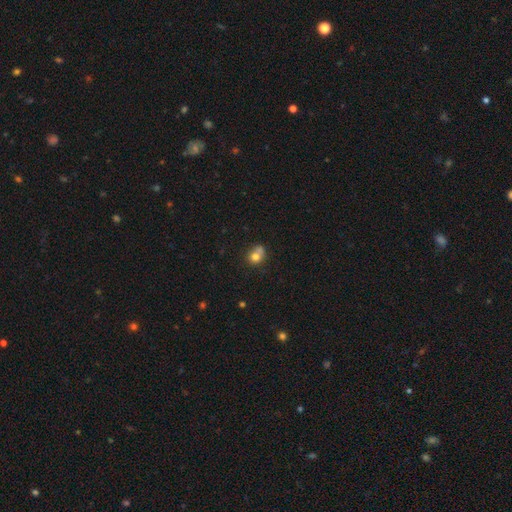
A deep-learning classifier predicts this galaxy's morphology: Overall: smooth (74%). How rounded: round (73%). Merging: merger (42%; none 39%).